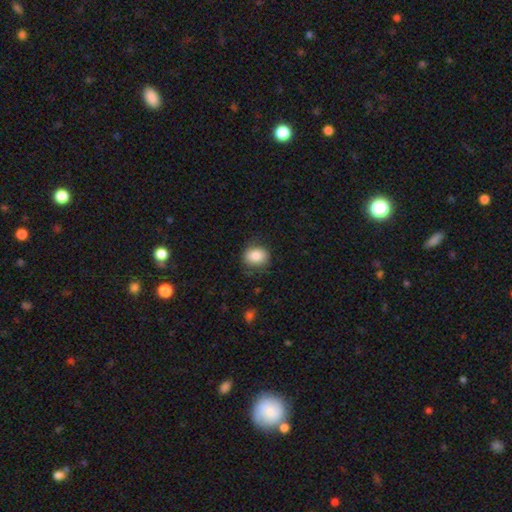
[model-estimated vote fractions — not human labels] This appears to be a smooth galaxy with no disk features (84%) that is round (53%). Merging: none (81%).